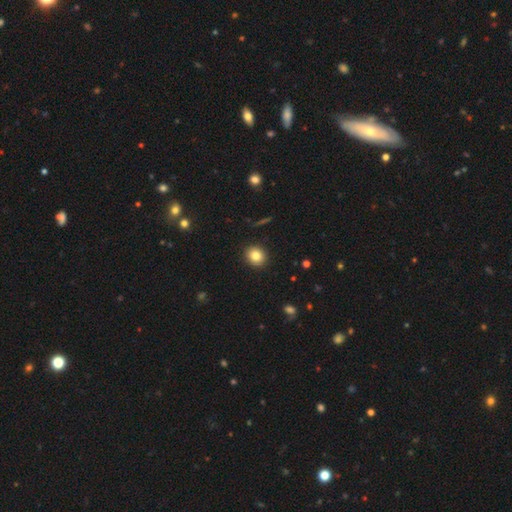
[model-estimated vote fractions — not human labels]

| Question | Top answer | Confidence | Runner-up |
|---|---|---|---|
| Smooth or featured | smooth | 83% | star or artifact (10%) |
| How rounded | round | 74% | in between (25%) |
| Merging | none | 92% | minor disturbance (6%) |